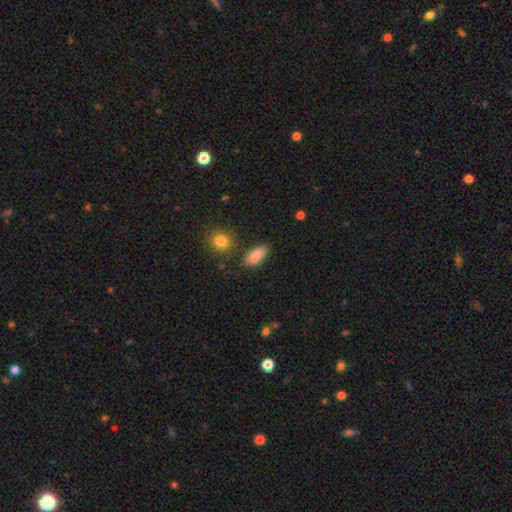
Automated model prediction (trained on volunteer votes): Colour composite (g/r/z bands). It shows a smooth galaxy with no disk features (86%) that is in between round and cigar-shaped (87%). Merging: none (76%).